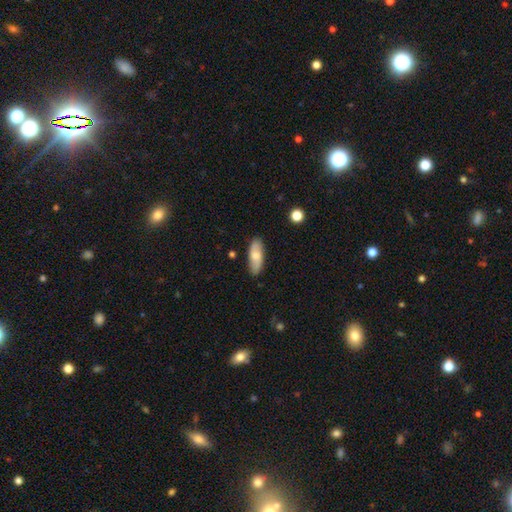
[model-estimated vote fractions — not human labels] Smooth or featured: smooth — 67% (featured or disk — 27%)
How rounded: in between — 74% (cigar-shaped — 24%)
Merging: none — 85% (minor disturbance — 12%)